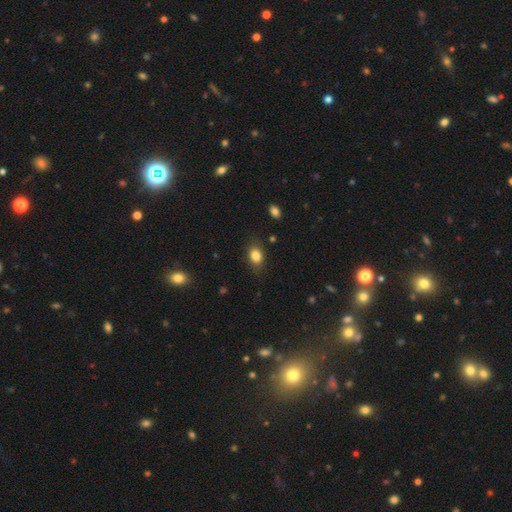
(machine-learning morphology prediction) smooth-or-featured: smooth: 83% | star or artifact: 9% | featured or disk: 8%
  how-rounded: in between: 69% | round: 29% | cigar-shaped: 2%
  merging: none: 78% | minor disturbance: 17% | major disturbance: 4% | merger: 1%